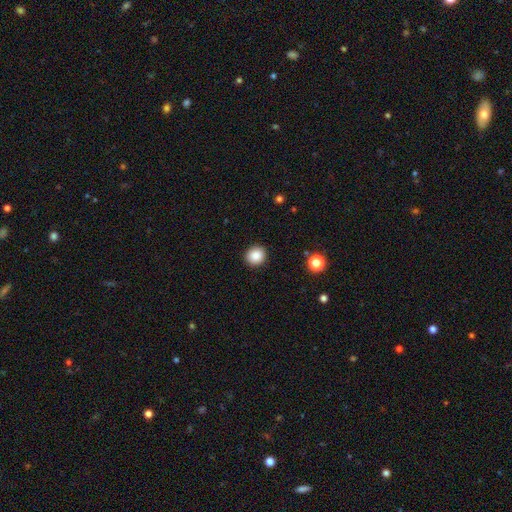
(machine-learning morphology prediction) Smooth or featured? Predicted: smooth (p=0.87). How rounded? Predicted: round (p=0.87). Merging? Predicted: none (p=0.92).